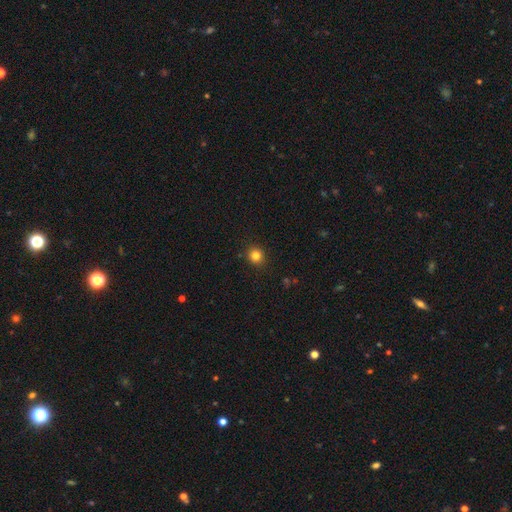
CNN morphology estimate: Q: Smooth or featured?
A: smooth (82%); runner-up: star or artifact (13%)
Q: How rounded?
A: round (88%); runner-up: in between (11%)
Q: Merging?
A: none (91%); runner-up: minor disturbance (6%)